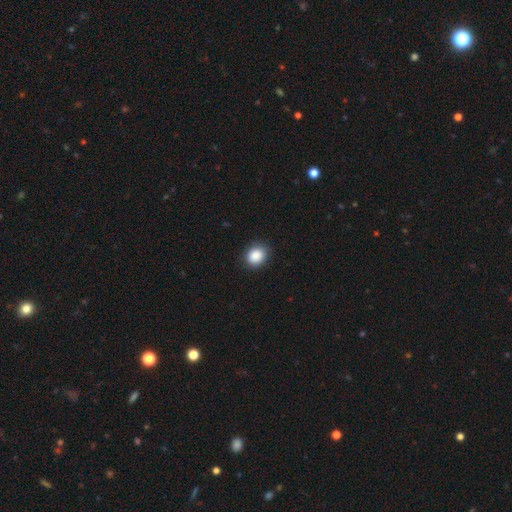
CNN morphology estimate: The model was most divided on "how rounded": round: 68%, in between: 31%, cigar-shaped: 1%. More confident: smooth or featured — smooth (88%); merging — none (86%).